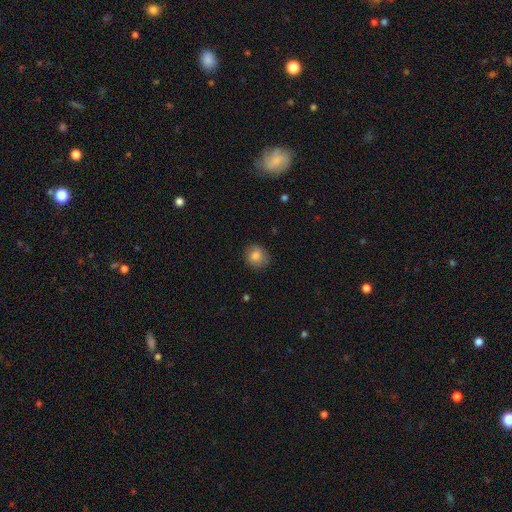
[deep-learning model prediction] Smooth or featured? Predicted: smooth (p=0.83). How rounded? Predicted: round (p=0.82). Merging? Predicted: none (p=0.84).